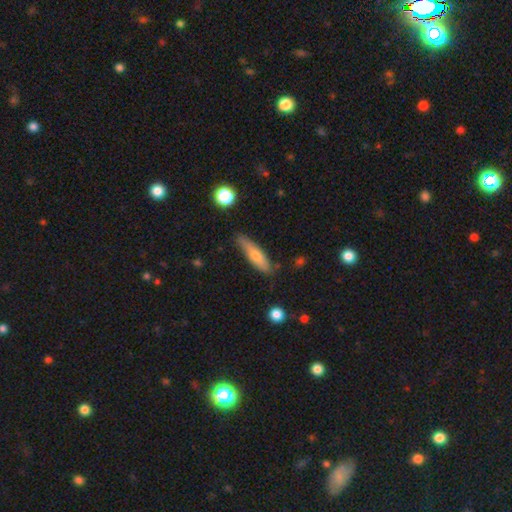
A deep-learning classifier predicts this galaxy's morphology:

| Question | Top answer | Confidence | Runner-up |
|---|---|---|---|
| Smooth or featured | smooth | 61% | featured or disk (33%) |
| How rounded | cigar-shaped | 74% | in between (24%) |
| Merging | none | 75% | minor disturbance (19%) |